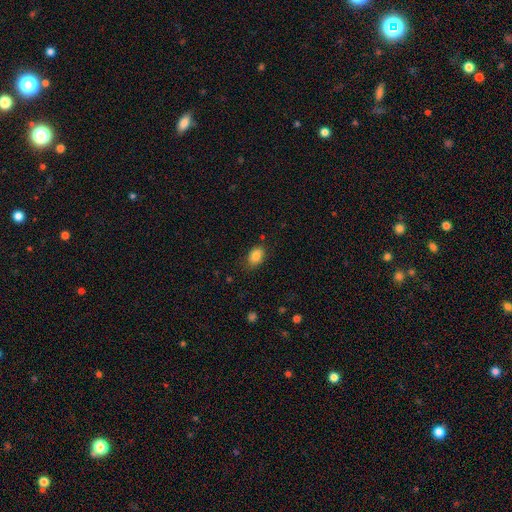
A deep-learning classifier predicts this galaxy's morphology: smooth_or_featured: smooth (p=0.86) [alt: star or artifact p=0.09]
how_rounded: in between (p=0.81) [alt: round p=0.18]
merging: none (p=0.77) [alt: minor disturbance p=0.17]